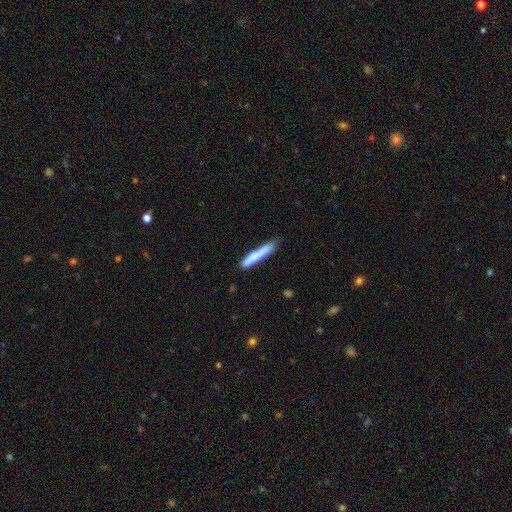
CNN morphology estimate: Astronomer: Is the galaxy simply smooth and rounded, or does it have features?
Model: smooth — 76%.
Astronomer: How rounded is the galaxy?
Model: cigar-shaped — 93%.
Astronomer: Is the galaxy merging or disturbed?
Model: none — 74%.